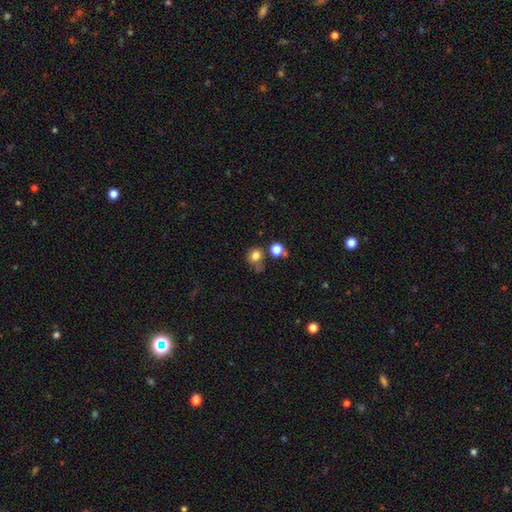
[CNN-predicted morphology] smooth-or-featured: smooth: 78% | star or artifact: 14% | featured or disk: 8%
  how-rounded: round: 79% | in between: 20% | cigar-shaped: 1%
  merging: none: 57% | minor disturbance: 17% | merger: 16% | major disturbance: 9%